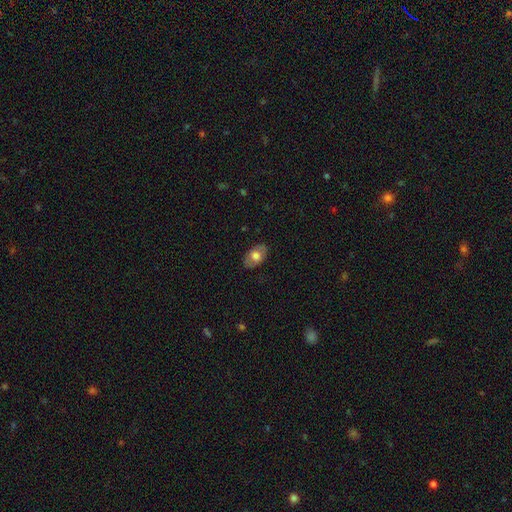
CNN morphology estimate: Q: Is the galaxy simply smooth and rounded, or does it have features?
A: smooth — 65%.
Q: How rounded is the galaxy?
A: in between — 89%.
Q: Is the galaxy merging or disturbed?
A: none — 82%.